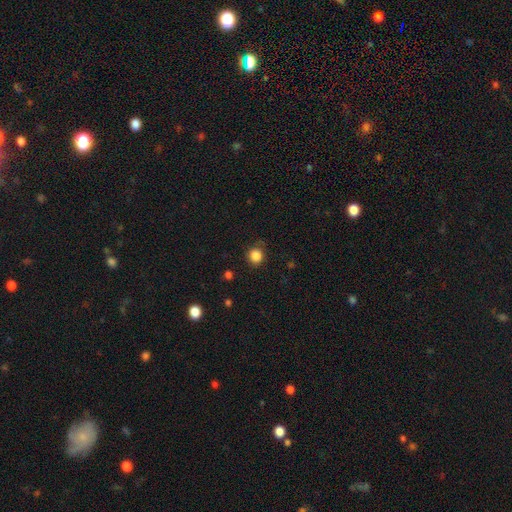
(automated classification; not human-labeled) Overall: smooth (85%). How rounded: round (90%). Merging: none (83%).